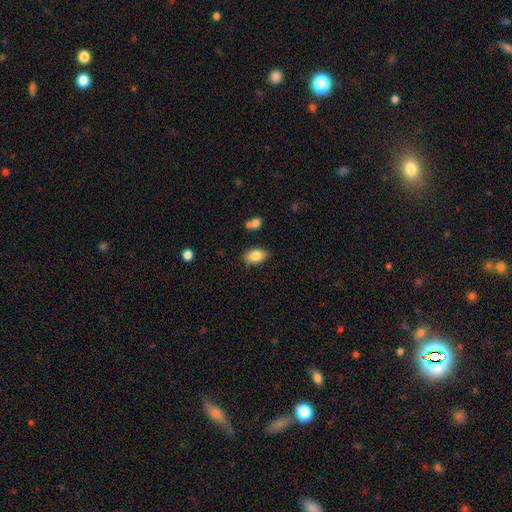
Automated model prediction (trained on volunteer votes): smooth 83%, featured or disk 9%, star or artifact 7%. Down the decision tree: how rounded — in between (89%); merging — none (80%).